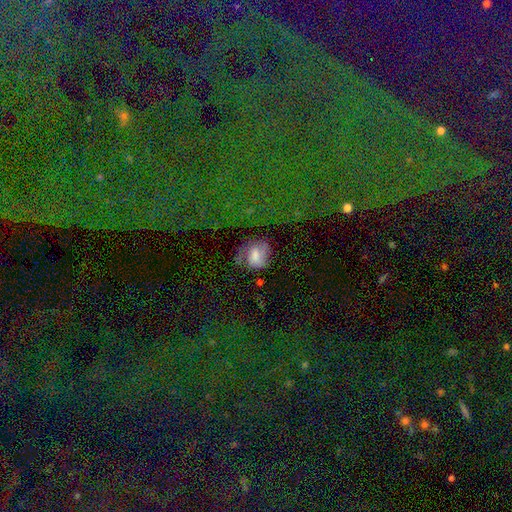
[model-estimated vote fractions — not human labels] smooth 60%, featured or disk 30%, star or artifact 10%. Down the decision tree: how rounded — in between (52%); merging — none (39%).